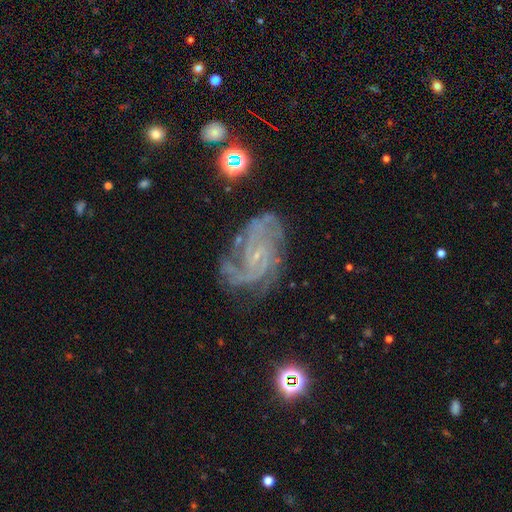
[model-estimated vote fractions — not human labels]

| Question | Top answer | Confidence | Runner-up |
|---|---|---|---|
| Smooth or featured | featured or disk | 82% | star or artifact (11%) |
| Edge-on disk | no | 97% | yes (3%) |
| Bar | no | 58% | weak (34%) |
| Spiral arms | yes | 96% | no (4%) |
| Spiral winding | medium | 45% | tight (42%) |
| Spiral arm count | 2 | 30% | 3 (23%) |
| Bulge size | small | 78% | none (11%) |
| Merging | none | 66% | minor disturbance (19%) |